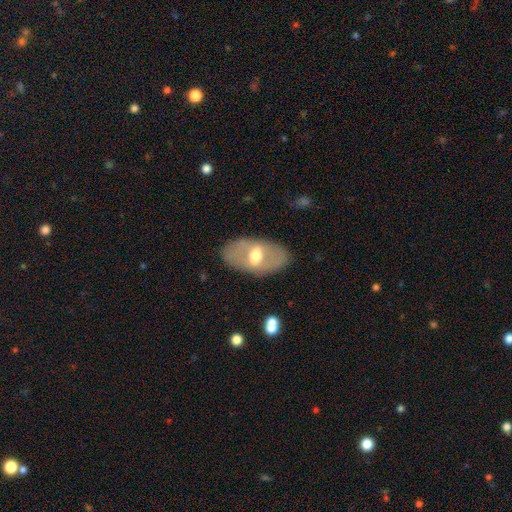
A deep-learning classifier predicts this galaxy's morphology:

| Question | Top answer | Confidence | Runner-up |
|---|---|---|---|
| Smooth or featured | featured or disk | 53% | smooth (41%) |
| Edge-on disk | no | 83% | yes (17%) |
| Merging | none | 82% | minor disturbance (12%) |